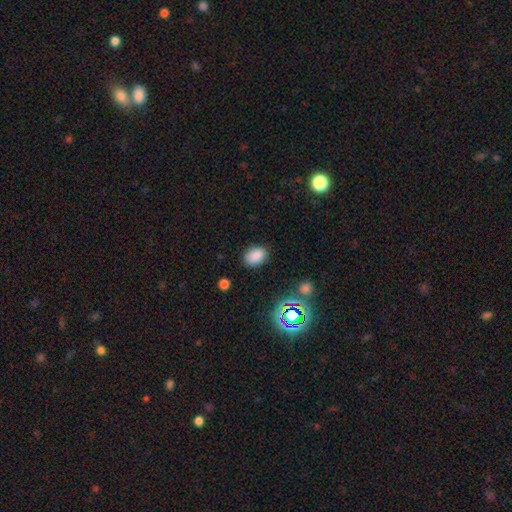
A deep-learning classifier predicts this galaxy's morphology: Smooth or featured? Predicted: smooth (p=0.83). How rounded? Predicted: in between (p=0.85). Merging? Predicted: none (p=0.85).